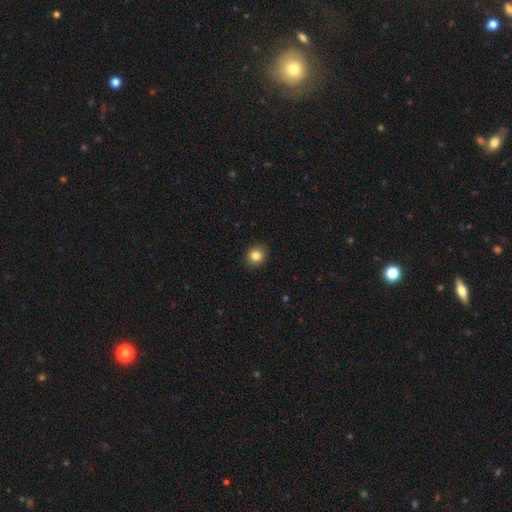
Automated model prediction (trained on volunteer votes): A smooth galaxy with no disk features (84%) that is round (79%).

Vote fractions:
- Smooth or featured? smooth: 84% / star or artifact: 10% / featured or disk: 6%
- How rounded? round: 79% / in between: 20% / cigar-shaped: 1%
- Merging? none: 91% / minor disturbance: 7% / major disturbance: 2% / merger: 1%